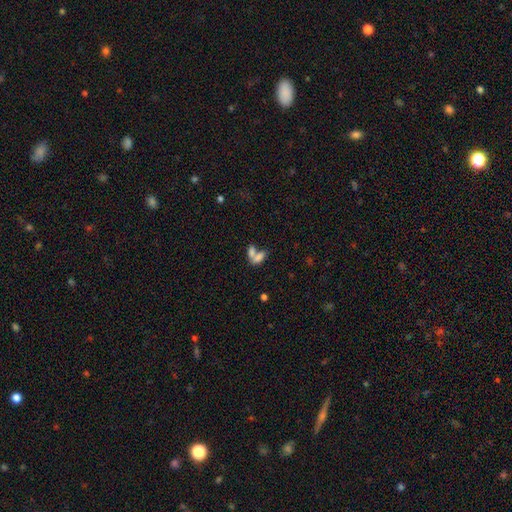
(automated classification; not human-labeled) This appears to be a smooth galaxy with no disk features (75%) that is in between round and cigar-shaped (82%). Merging: merger (65%).